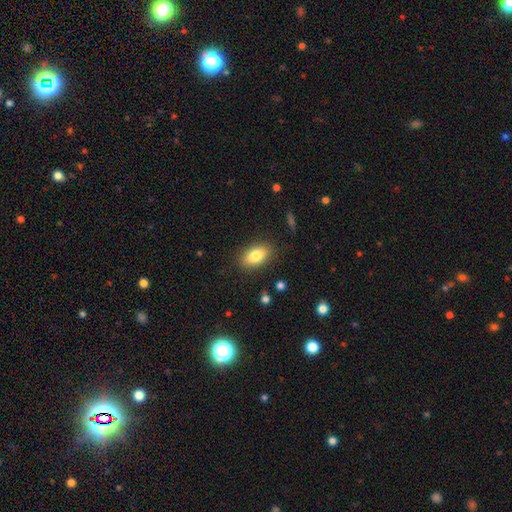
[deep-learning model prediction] Q: Smooth or featured?
A: smooth (81%); runner-up: featured or disk (11%)
Q: How rounded?
A: in between (89%); runner-up: round (7%)
Q: Merging?
A: none (86%); runner-up: minor disturbance (10%)